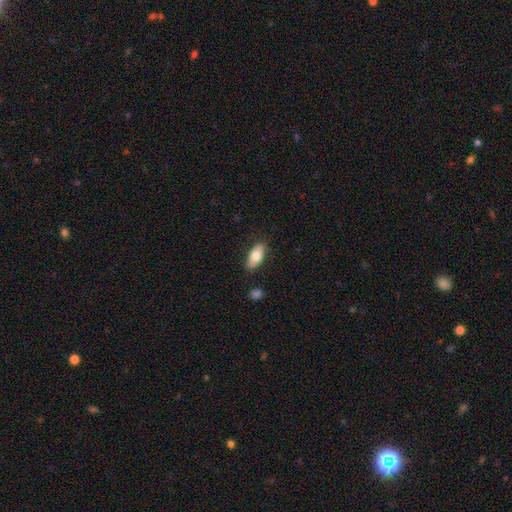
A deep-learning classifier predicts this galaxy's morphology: Smooth or featured: smooth — 75% (featured or disk — 18%)
How rounded: in between — 87% (cigar-shaped — 9%)
Merging: none — 85% (minor disturbance — 11%)